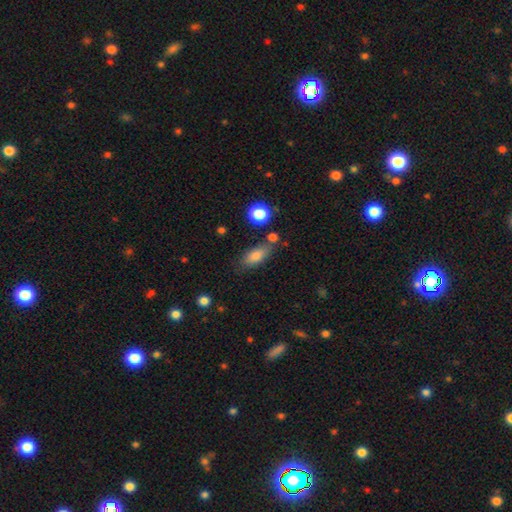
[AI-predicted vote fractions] Morphology: type=smooth (81%); roundness=in between (79%); merging=none (68%).